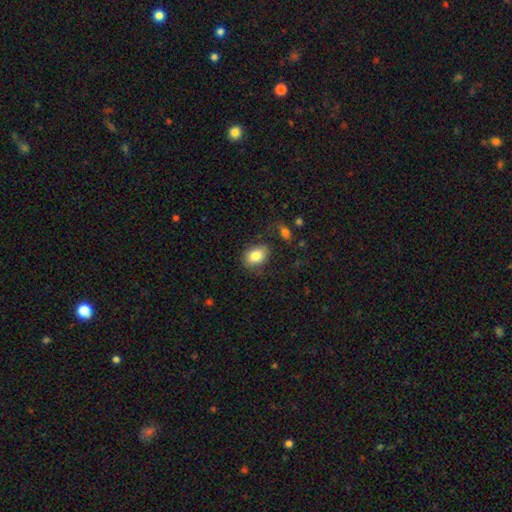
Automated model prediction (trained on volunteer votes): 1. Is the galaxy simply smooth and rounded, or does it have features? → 83% smooth, 9% featured or disk, 8% star or artifact.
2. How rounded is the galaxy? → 72% in between, 27% round, 1% cigar-shaped.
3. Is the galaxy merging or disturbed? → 76% none, 17% minor disturbance, 5% major disturbance, 2% merger.